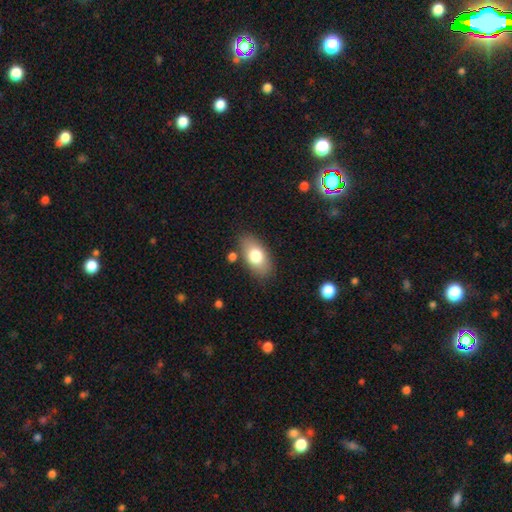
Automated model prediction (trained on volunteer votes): Q: Smooth or featured?
A: smooth (75%); runner-up: featured or disk (18%)
Q: How rounded?
A: in between (90%); runner-up: round (6%)
Q: Merging?
A: none (81%); runner-up: minor disturbance (12%)